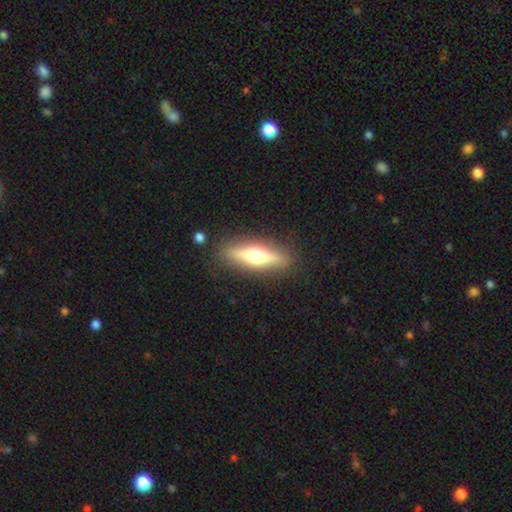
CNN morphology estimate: Smooth or featured: featured or disk — 59% (smooth — 35%)
Edge-on disk: yes — 91% (no — 9%)
Edge-on bulge: rounded — 94% (boxy — 3%)
Merging: none — 87% (minor disturbance — 9%)